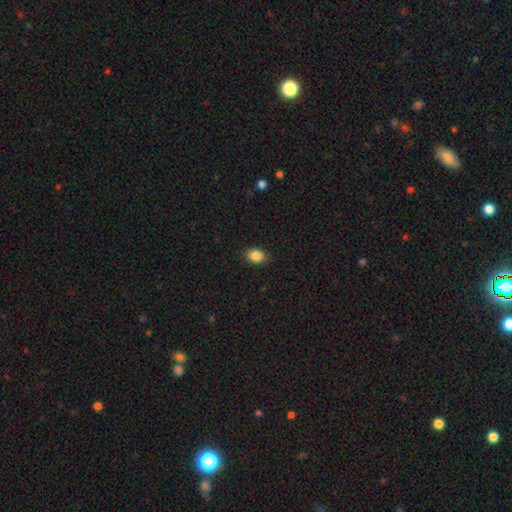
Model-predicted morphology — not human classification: A smooth galaxy with no disk features (86%) that is in between round and cigar-shaped (72%). Merging: none (89%).